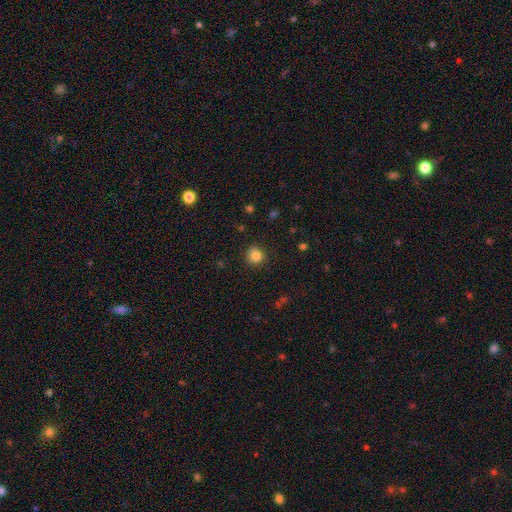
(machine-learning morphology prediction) smooth_or_featured: smooth (p=0.83) [alt: star or artifact p=0.11]
how_rounded: round (p=0.91) [alt: in between p=0.08]
merging: none (p=0.88) [alt: minor disturbance p=0.08]